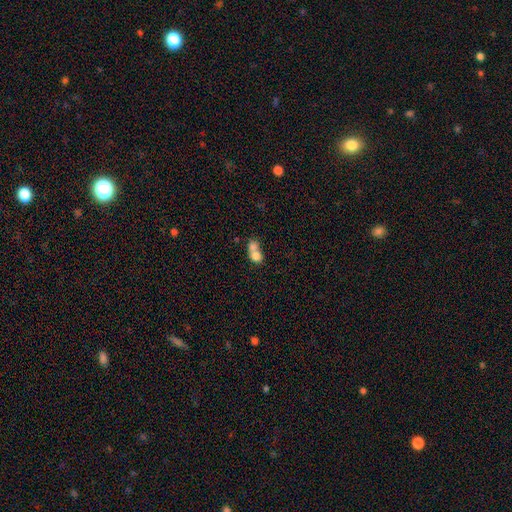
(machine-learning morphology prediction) A smooth galaxy with no disk features (74%) that is round (60%). Merging: merger (74%).